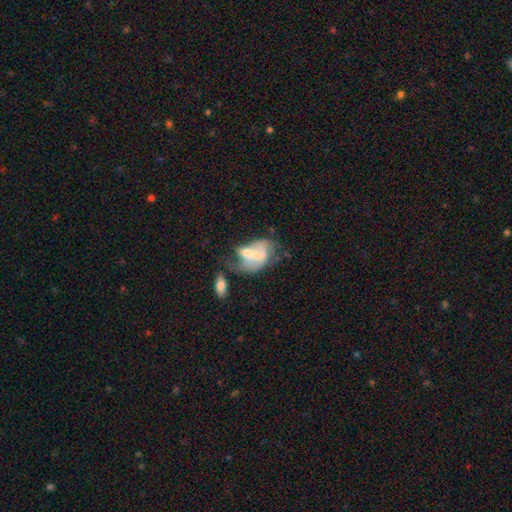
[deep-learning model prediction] Overall: featured or disk (53%; smooth 39%). Edge-on disk: no (97%). Bar: no (66%; weak 26%). Spiral arms: no (55%; yes 45%). Bulge size: small (40%; moderate 35%). Merging: merger (47%; major disturbance 22%).